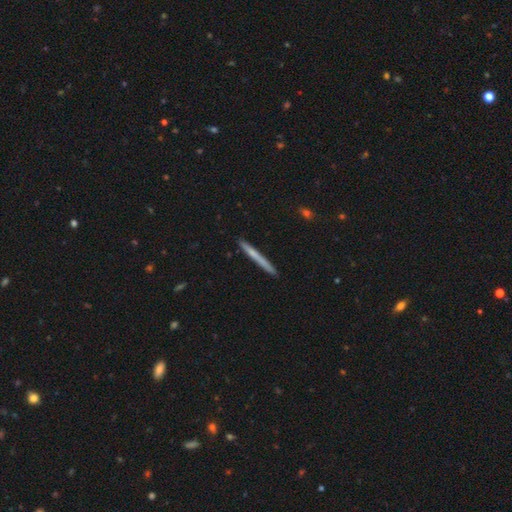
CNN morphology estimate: smooth-or-featured: smooth: 53% | featured or disk: 41% | star or artifact: 6%
  how-rounded: cigar-shaped: 97% | in between: 2% | round: 1%
  merging: none: 91% | minor disturbance: 6% | major disturbance: 1% | merger: 1%